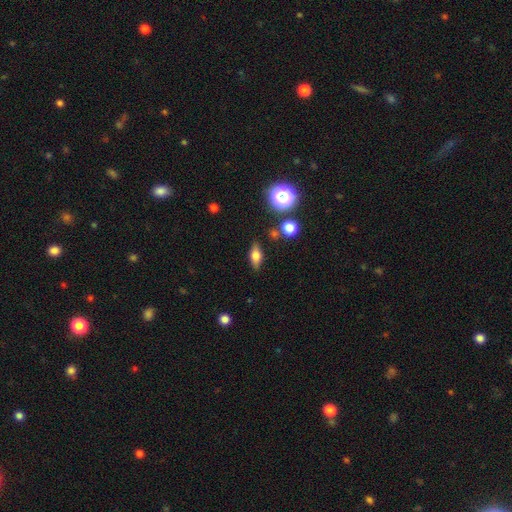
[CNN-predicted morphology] A smooth galaxy with no disk features (61%) that is in between round and cigar-shaped (70%). Merging: none (82%).